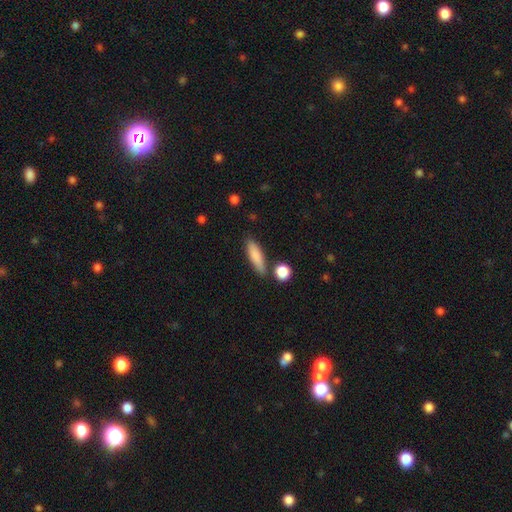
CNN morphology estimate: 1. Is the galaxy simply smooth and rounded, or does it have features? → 82% smooth, 12% featured or disk, 6% star or artifact.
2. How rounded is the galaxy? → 64% cigar-shaped, 34% in between, 3% round.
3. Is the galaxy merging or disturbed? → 75% none, 14% minor disturbance, 7% merger, 3% major disturbance.